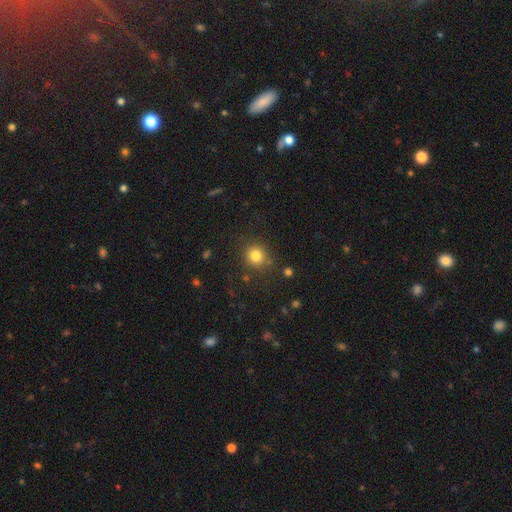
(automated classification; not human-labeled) Smooth or featured?
  - smooth: 81% *
  - star or artifact: 13%
  - featured or disk: 6%
How rounded?
  - round: 88% *
  - in between: 11%
  - cigar-shaped: 1%
Merging?
  - none: 85% *
  - minor disturbance: 9%
  - major disturbance: 3%
  - merger: 3%